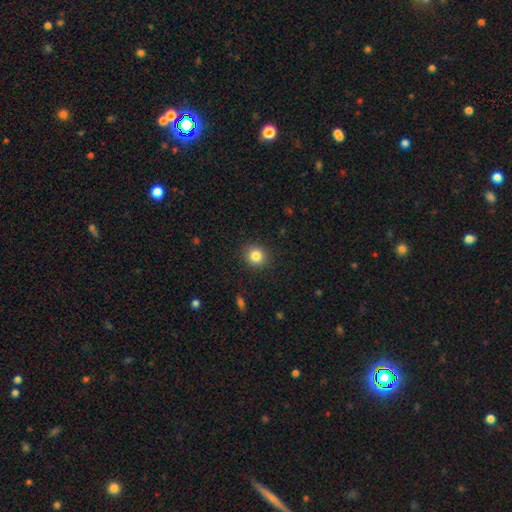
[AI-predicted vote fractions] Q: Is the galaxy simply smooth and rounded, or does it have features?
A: smooth — 84%.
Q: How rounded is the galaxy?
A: round — 88%.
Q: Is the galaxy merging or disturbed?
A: none — 90%.